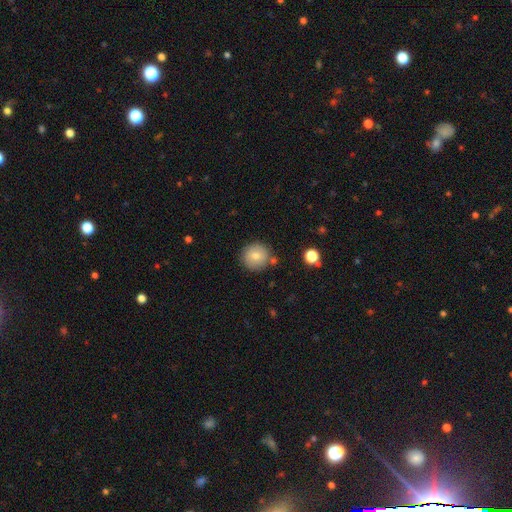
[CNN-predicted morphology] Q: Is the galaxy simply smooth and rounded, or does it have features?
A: smooth — 77%.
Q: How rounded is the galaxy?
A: round — 95%.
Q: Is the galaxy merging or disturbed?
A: none — 81%.